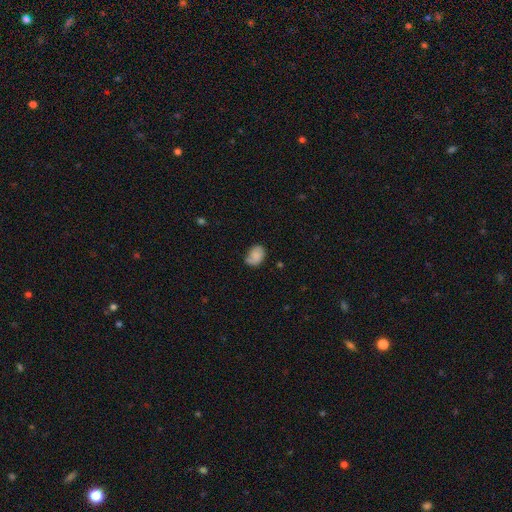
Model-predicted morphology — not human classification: Smooth or featured?
  - smooth: 67% *
  - featured or disk: 24%
  - star or artifact: 9%
How rounded?
  - in between: 69% *
  - round: 30%
  - cigar-shaped: 1%
Merging?
  - none: 54% *
  - minor disturbance: 31%
  - major disturbance: 11%
  - merger: 3%